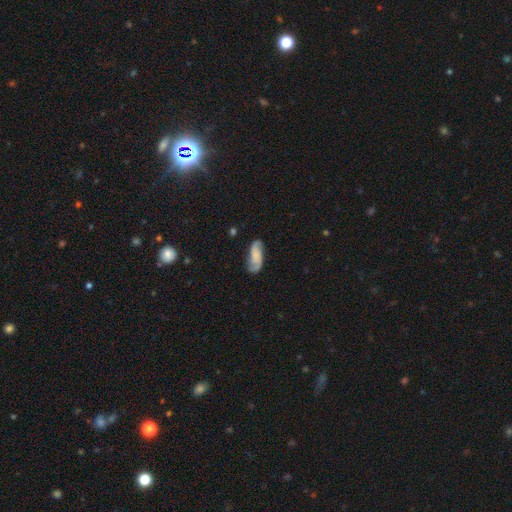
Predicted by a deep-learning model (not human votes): smooth-or-featured: featured or disk: 59% | smooth: 33% | star or artifact: 7%
  disk-edge-on: no: 94% | yes: 6%
    bar: no: 60% | weak: 30% | strong: 10%
    has-spiral-arms: yes: 93% | no: 7%
      spiral-winding: medium: 39% | loose: 38% | tight: 23%
      spiral-arm-count: 2: 86% | can't tell: 6% | 1: 4% | 3: 2% | 4: 1% | more than 4: 1%
    bulge-size: none: 54% | small: 23% | moderate: 13% | large: 8% | dominant: 3%
  merging: none: 72% | minor disturbance: 19% | major disturbance: 7% | merger: 2%